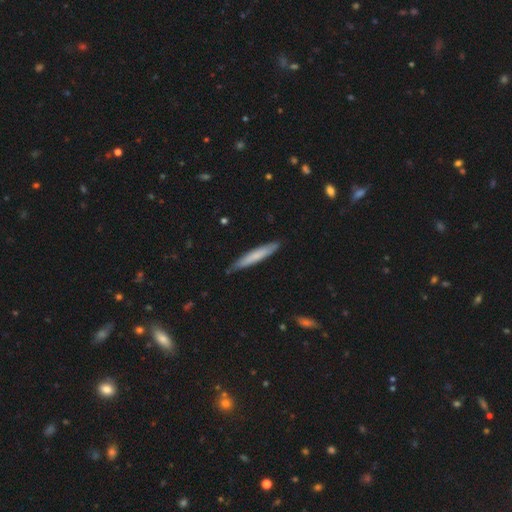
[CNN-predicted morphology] Smooth or featured: smooth — 66% (featured or disk — 28%)
How rounded: cigar-shaped — 94% (in between — 5%)
Merging: none — 84% (minor disturbance — 13%)